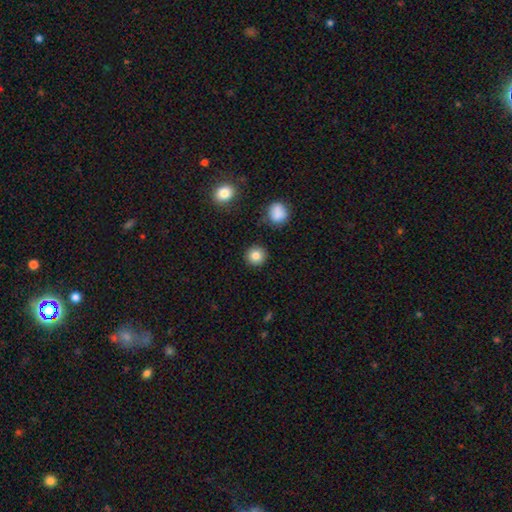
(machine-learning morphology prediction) smooth-or-featured: smooth: 84% | star or artifact: 11% | featured or disk: 6%
  how-rounded: round: 93% | in between: 6% | cigar-shaped: 1%
  merging: none: 90% | minor disturbance: 6% | major disturbance: 2% | merger: 2%